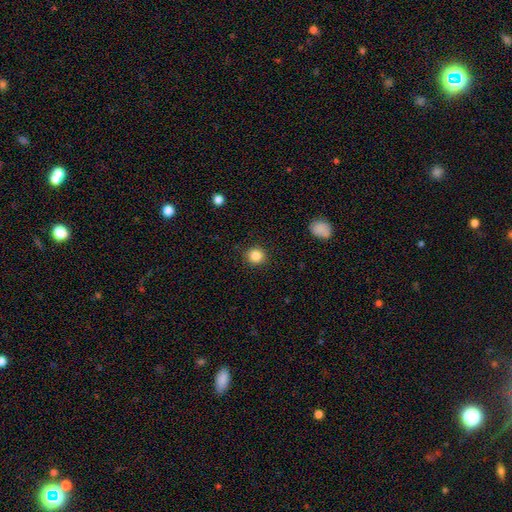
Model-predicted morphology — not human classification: This is clearly a smooth galaxy (86%). How rounded: clearly round (90%). Merging: clearly none (91%).